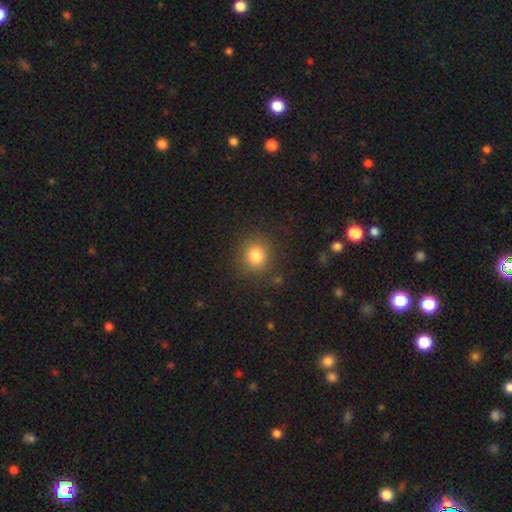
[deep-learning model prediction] Smooth or featured? smooth (82%)
How rounded? round (87%)
Merging? none (87%)